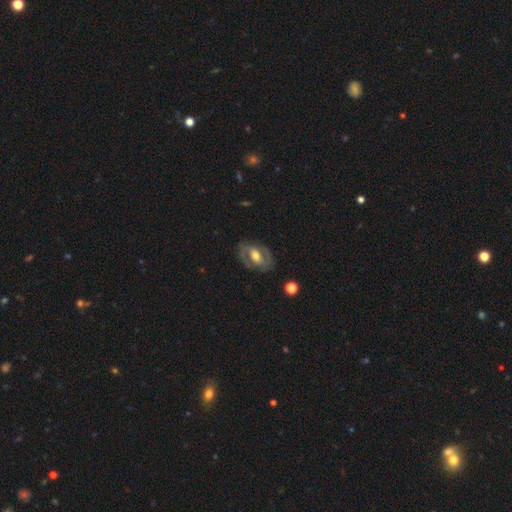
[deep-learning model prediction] featured or disk 73%, smooth 22%, star or artifact 6%. Down the decision tree: edge-on disk — no (95%); bar — weak (39%); spiral arms — yes (73%); spiral arm count — 2 (83%); spiral winding — medium (48%); bulge size — moderate (63%); merging — none (77%).